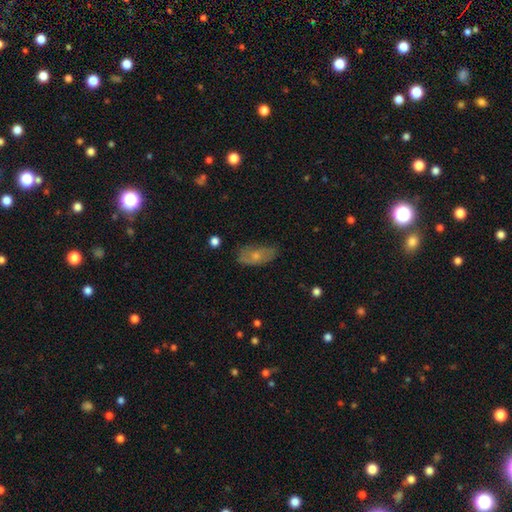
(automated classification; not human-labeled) Overall: smooth (60%; featured or disk 32%). How rounded: in between (88%). Merging: none (66%).